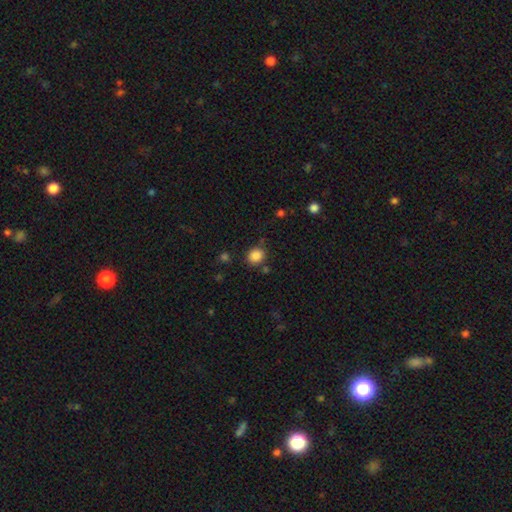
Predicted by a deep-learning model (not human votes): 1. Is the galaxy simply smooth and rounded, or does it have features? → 86% smooth, 10% star or artifact, 4% featured or disk.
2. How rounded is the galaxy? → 76% round, 24% in between, 1% cigar-shaped.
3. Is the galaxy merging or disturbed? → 82% none, 11% minor disturbance, 4% merger, 3% major disturbance.